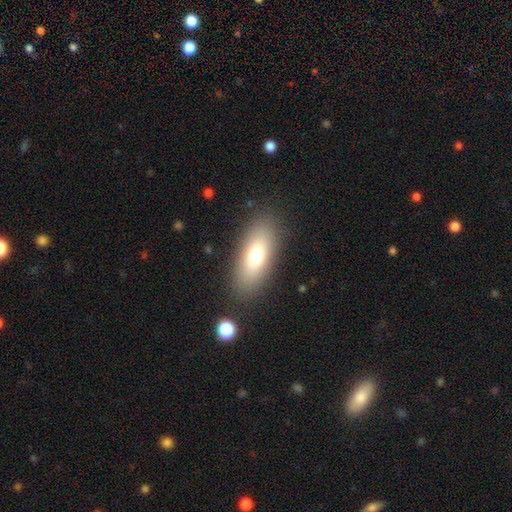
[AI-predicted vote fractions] smooth-or-featured: smooth: 73% | featured or disk: 19% | star or artifact: 9%
  how-rounded: in between: 79% | cigar-shaped: 18% | round: 4%
  merging: none: 85% | minor disturbance: 9% | major disturbance: 4% | merger: 2%